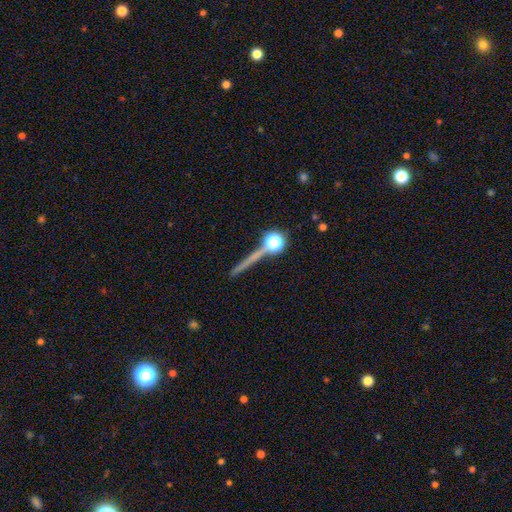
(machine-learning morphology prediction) A smooth galaxy with no disk features (36%).

Vote fractions:
- Smooth or featured? smooth: 36% / featured or disk: 35% / star or artifact: 29%
- Merging? none: 78% / minor disturbance: 9% / merger: 8% / major disturbance: 5%